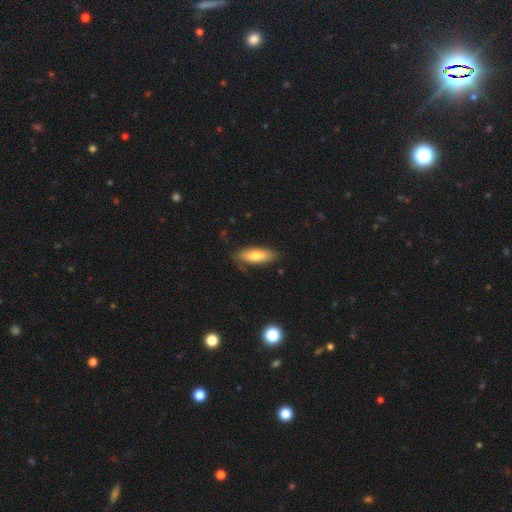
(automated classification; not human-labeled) A smooth galaxy with no disk features (72%) that is in between round and cigar-shaped (61%).

Vote fractions:
- Smooth or featured? smooth: 72% / featured or disk: 21% / star or artifact: 7%
- How rounded? in between: 61% / cigar-shaped: 37% / round: 2%
- Merging? none: 76% / minor disturbance: 18% / major disturbance: 4% / merger: 2%